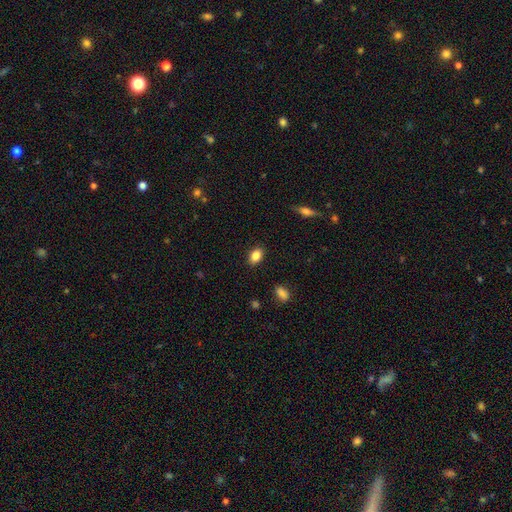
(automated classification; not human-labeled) This is clearly a smooth galaxy (85%). How rounded: clearly in between (81%). Merging: clearly none (88%).